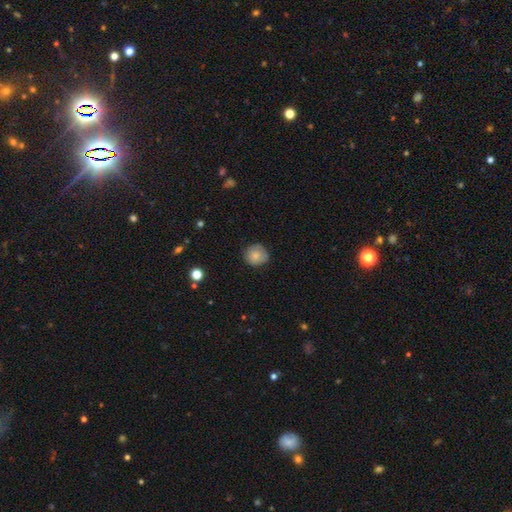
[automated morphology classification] smooth_or_featured: smooth (p=0.78) [alt: featured or disk p=0.14]
how_rounded: round (p=0.89) [alt: in between p=0.11]
merging: none (p=0.79) [alt: minor disturbance p=0.17]